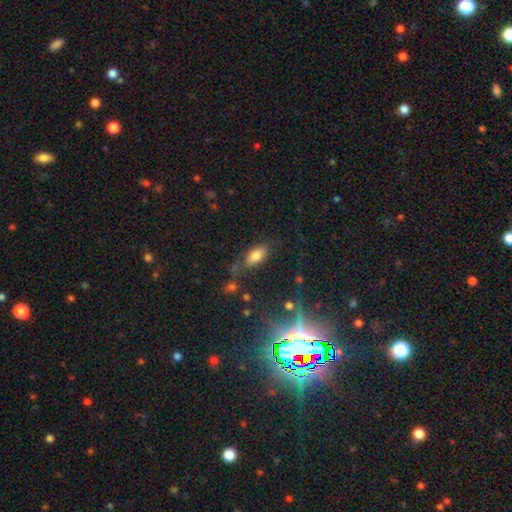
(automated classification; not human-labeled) Smooth or featured? smooth (78%)
How rounded? in between (85%)
Merging? none (68%)